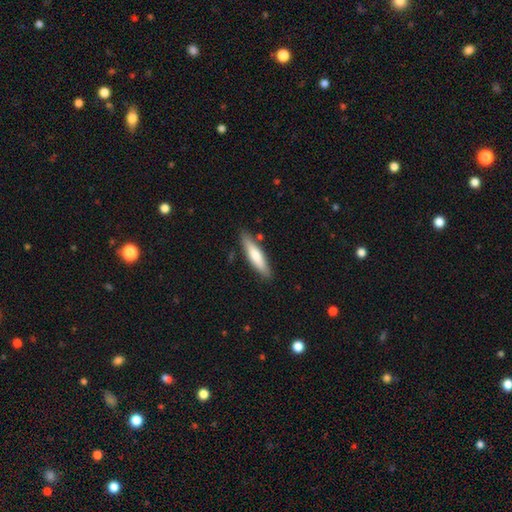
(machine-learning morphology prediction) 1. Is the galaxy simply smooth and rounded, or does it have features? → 68% smooth, 26% featured or disk, 5% star or artifact.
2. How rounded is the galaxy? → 77% cigar-shaped, 22% in between, 1% round.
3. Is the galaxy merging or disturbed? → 83% none, 12% minor disturbance, 3% merger, 2% major disturbance.